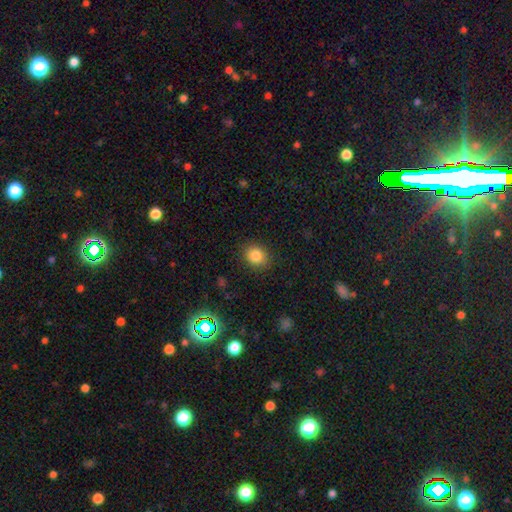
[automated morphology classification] The model was most divided on "how rounded": round: 59%, in between: 40%, cigar-shaped: 1%. More confident: merging — none (87%); smooth or featured — smooth (84%).